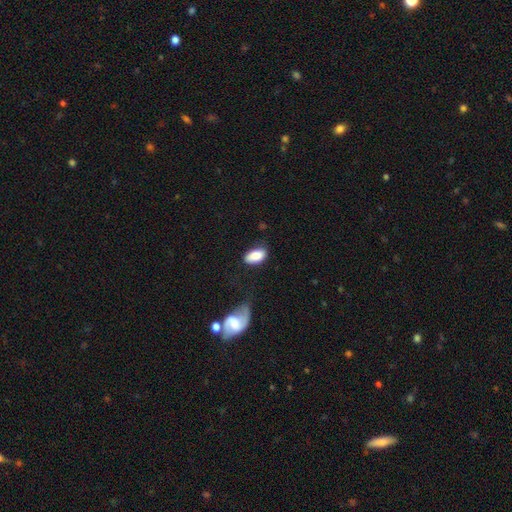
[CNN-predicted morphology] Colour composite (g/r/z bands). It shows a smooth galaxy with no disk features (85%) that is in between round and cigar-shaped (93%). Merging: none (66%).